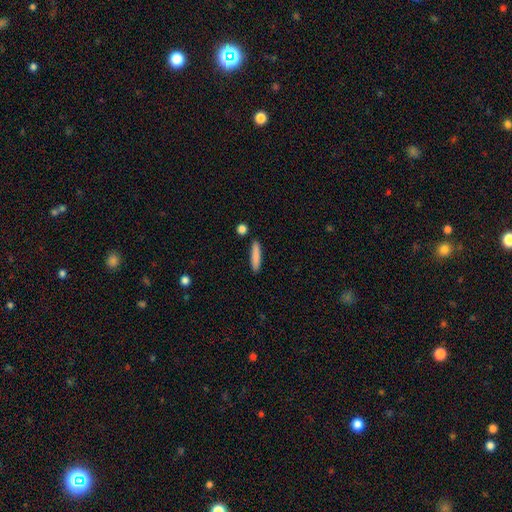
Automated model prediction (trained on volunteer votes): This appears to be a smooth galaxy with no disk features (84%) that is cigar-shaped (87%). Merging: none (88%).